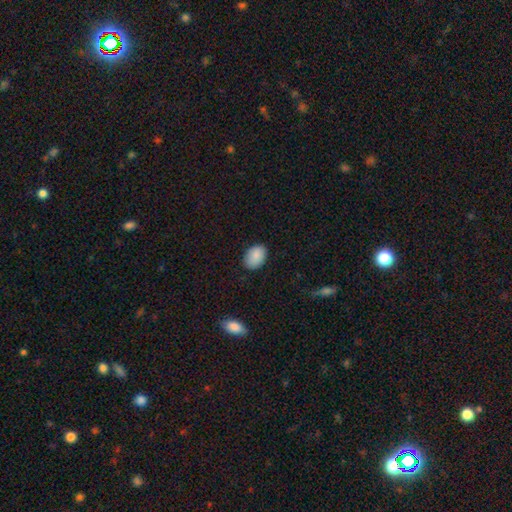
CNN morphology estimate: Overall: smooth (88%). How rounded: in between (85%). Merging: none (83%).